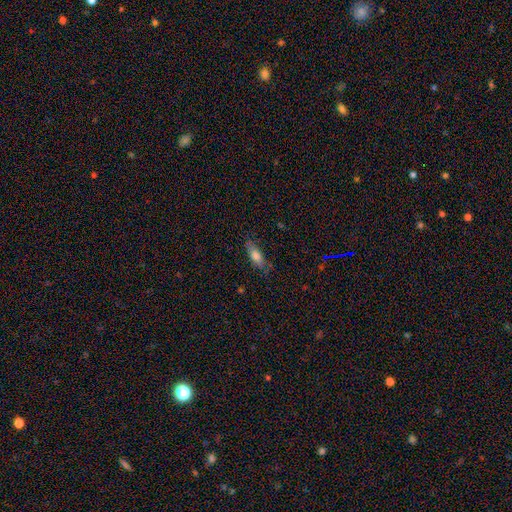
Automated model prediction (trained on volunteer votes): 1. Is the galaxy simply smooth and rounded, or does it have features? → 73% smooth, 19% featured or disk, 8% star or artifact.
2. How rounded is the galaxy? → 65% in between, 33% cigar-shaped, 3% round.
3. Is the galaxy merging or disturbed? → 71% none, 21% minor disturbance, 6% major disturbance, 2% merger.